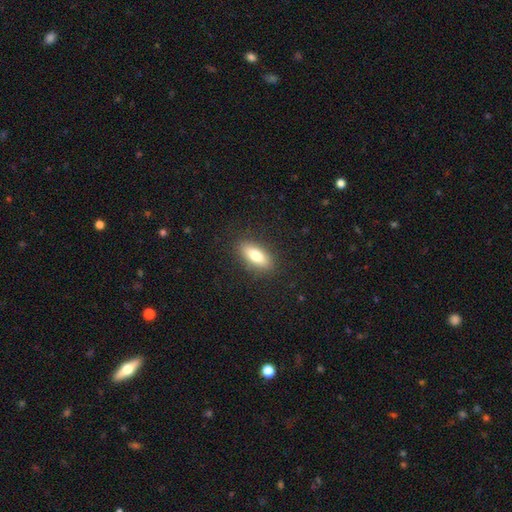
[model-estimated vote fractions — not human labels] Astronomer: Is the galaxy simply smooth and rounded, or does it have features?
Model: smooth — 78%.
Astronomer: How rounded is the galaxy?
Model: in between — 74%.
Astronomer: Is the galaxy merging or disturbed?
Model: none — 87%.